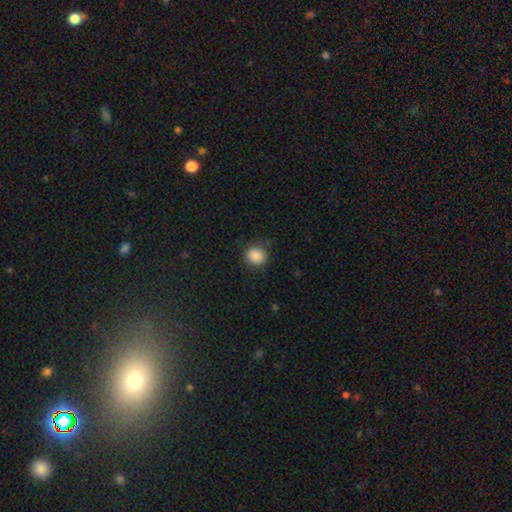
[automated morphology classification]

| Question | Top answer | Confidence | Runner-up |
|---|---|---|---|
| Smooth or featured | smooth | 88% | star or artifact (9%) |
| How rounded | round | 78% | in between (21%) |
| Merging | none | 77% | minor disturbance (16%) |